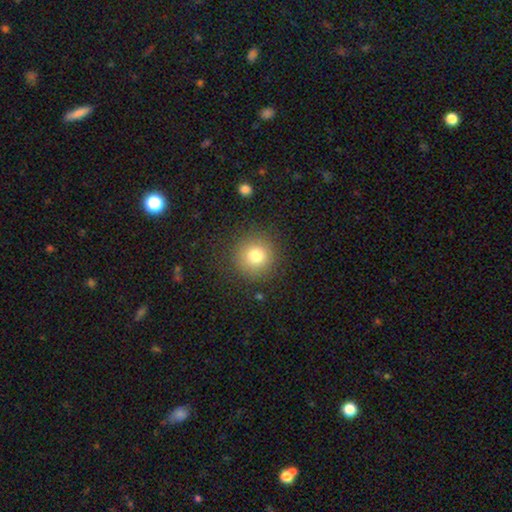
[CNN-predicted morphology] Smooth or featured: smooth — 78% (star or artifact — 12%)
How rounded: round — 94% (in between — 5%)
Merging: none — 88% (minor disturbance — 7%)